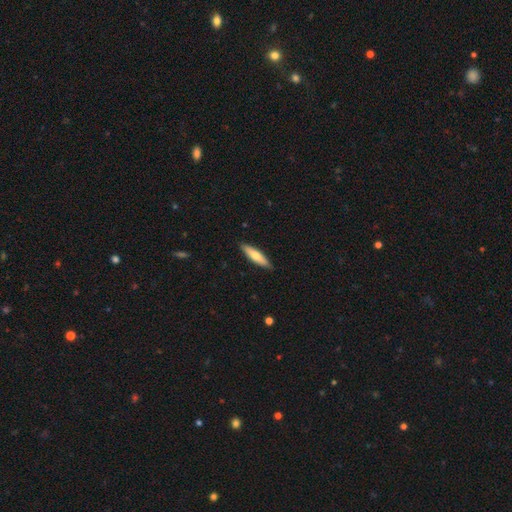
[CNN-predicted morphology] smooth 64%, featured or disk 31%, star or artifact 5%. Down the decision tree: how rounded — cigar-shaped (70%); merging — none (88%).